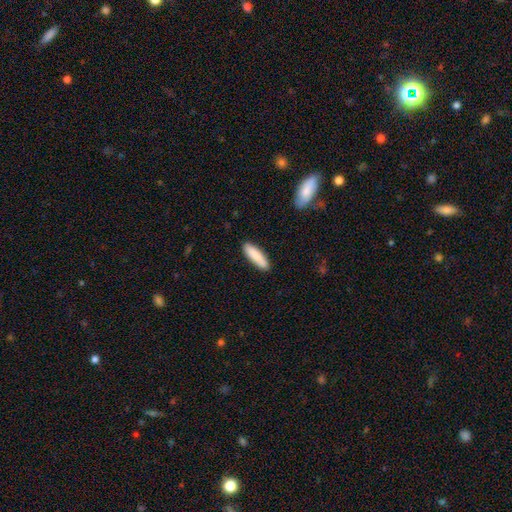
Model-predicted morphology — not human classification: A smooth galaxy with no disk features (87%) that is cigar-shaped (67%). Merging: none (89%).